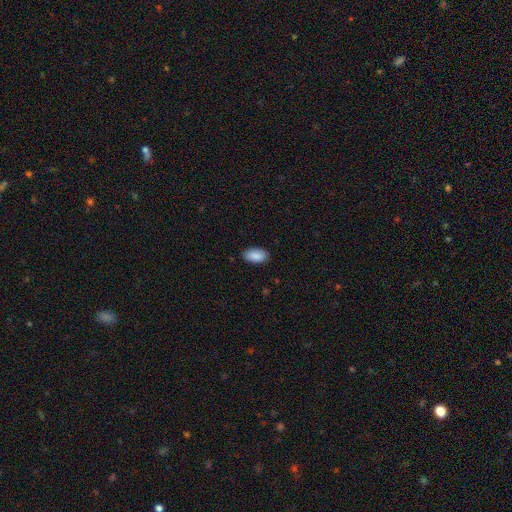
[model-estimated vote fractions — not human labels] This appears to be a smooth galaxy with no disk features (90%) that is in between round and cigar-shaped (95%). Merging: none (88%).